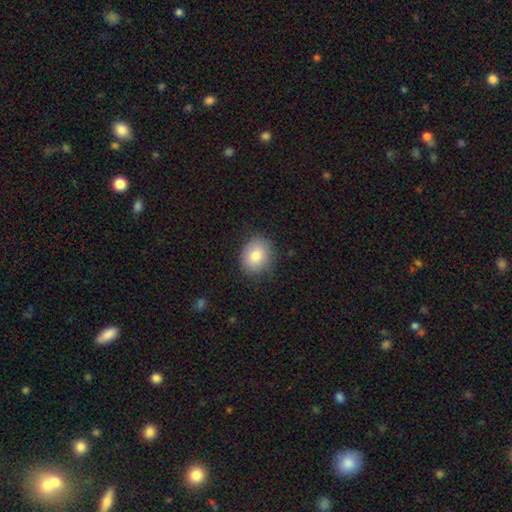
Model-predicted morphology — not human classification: smooth 82%, featured or disk 10%, star or artifact 8%. Down the decision tree: how rounded — in between (51%); merging — none (82%).